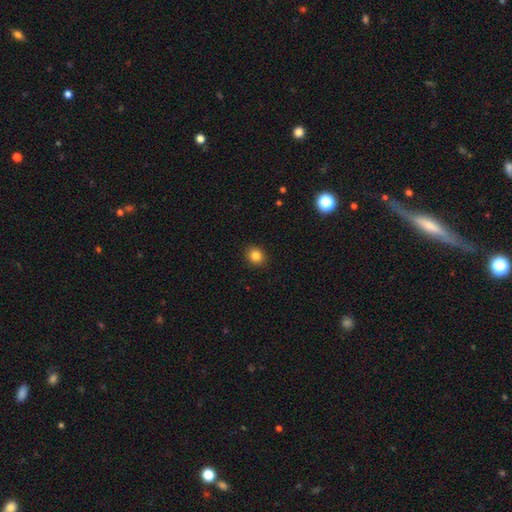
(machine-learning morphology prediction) Smooth or featured? Predicted: smooth (p=0.84). How rounded? Predicted: round (p=0.68). Merging? Predicted: none (p=0.91).